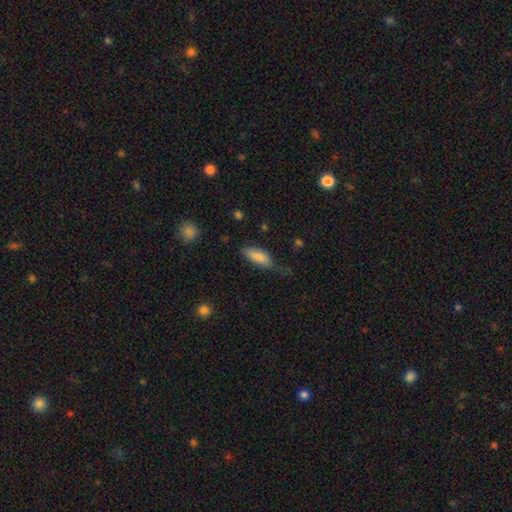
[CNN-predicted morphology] Q: Smooth or featured?
A: smooth (81%); runner-up: featured or disk (12%)
Q: How rounded?
A: in between (80%); runner-up: cigar-shaped (18%)
Q: Merging?
A: none (54%); runner-up: minor disturbance (33%)